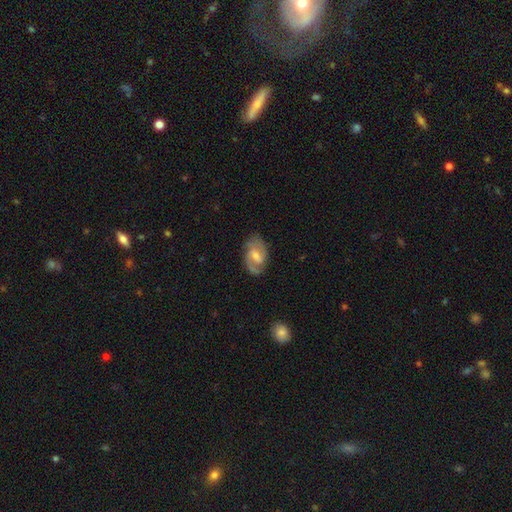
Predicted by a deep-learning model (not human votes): smooth_or_featured: featured or disk (p=0.80) [alt: smooth p=0.14]
disk_edge_on: no (p=0.97) [alt: yes p=0.03]
bar: weak (p=0.57) [alt: no p=0.24]
has_spiral_arms: yes (p=0.94) [alt: no p=0.06]
spiral_winding: medium (p=0.51) [alt: tight p=0.31]
spiral_arm_count: 2 (p=0.85) [alt: can't tell p=0.07]
bulge_size: moderate (p=0.48) [alt: small p=0.40]
merging: none (p=0.78) [alt: minor disturbance p=0.15]